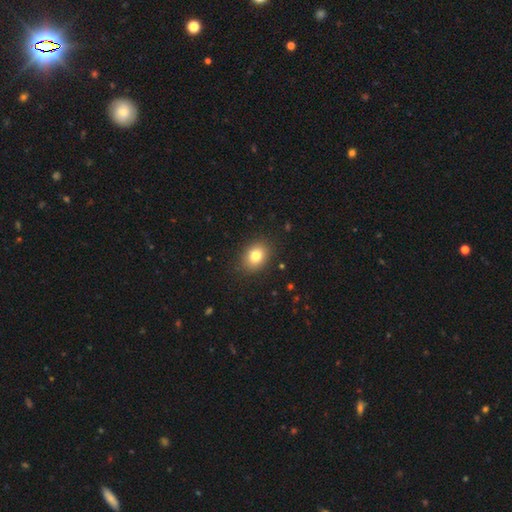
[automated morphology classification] Smooth or featured: smooth — 81% (star or artifact — 10%)
How rounded: in between — 61% (round — 38%)
Merging: none — 87% (minor disturbance — 9%)